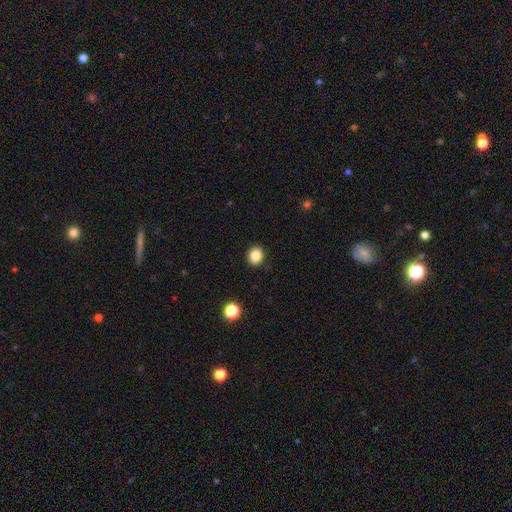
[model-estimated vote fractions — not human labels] Smooth or featured? smooth (85%)
How rounded? round (67%)
Merging? none (90%)